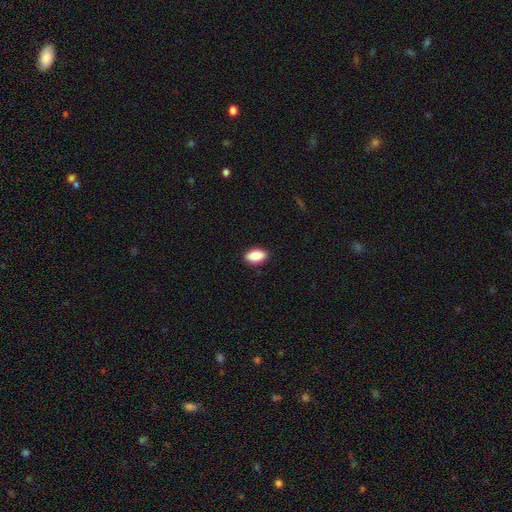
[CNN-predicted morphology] This appears to be a smooth galaxy with no disk features (90%) that is in between round and cigar-shaped (93%). Merging: none (88%).